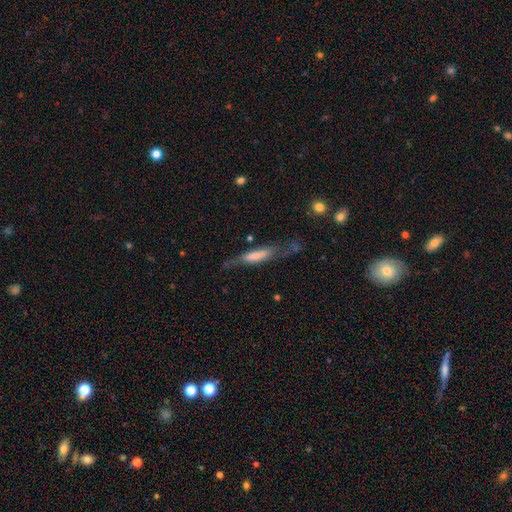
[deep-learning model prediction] Smooth or featured?
  - smooth: 51% *
  - featured or disk: 42%
  - star or artifact: 7%
How rounded?
  - cigar-shaped: 79% *
  - in between: 19%
  - round: 2%
Merging?
  - none: 56% *
  - minor disturbance: 24%
  - major disturbance: 15%
  - merger: 4%